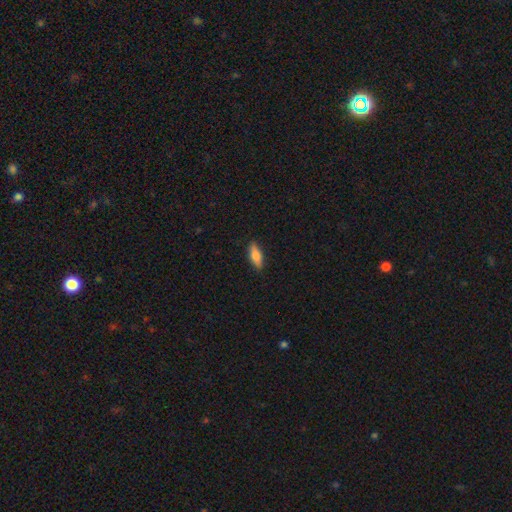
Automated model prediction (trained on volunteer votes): A smooth galaxy with no disk features (71%) that is in between round and cigar-shaped (64%). Merging: none (88%).